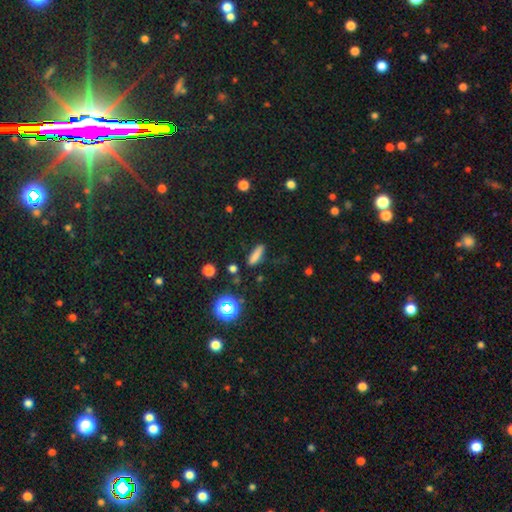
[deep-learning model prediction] Q: Smooth or featured?
A: smooth (78%); runner-up: star or artifact (14%)
Q: How rounded?
A: cigar-shaped (67%); runner-up: in between (29%)
Q: Merging?
A: none (82%); runner-up: minor disturbance (12%)